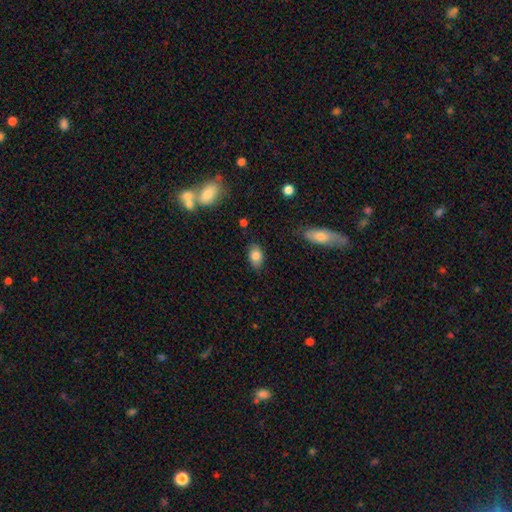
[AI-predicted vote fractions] smooth 83%, featured or disk 9%, star or artifact 8%. Down the decision tree: how rounded — in between (88%); merging — none (82%).